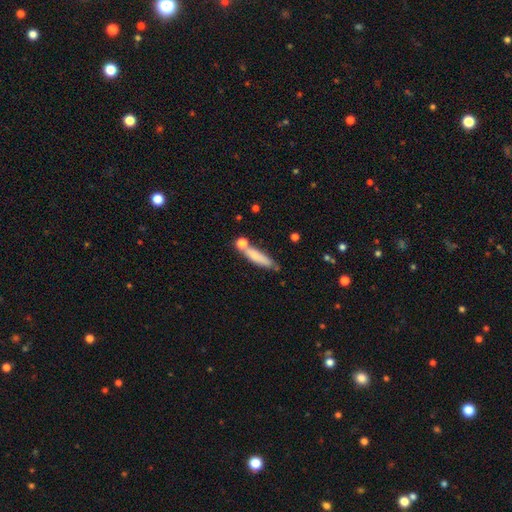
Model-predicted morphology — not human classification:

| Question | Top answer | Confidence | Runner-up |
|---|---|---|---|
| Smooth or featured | smooth | 73% | featured or disk (20%) |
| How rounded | cigar-shaped | 78% | in between (20%) |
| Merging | none | 58% | minor disturbance (18%) |